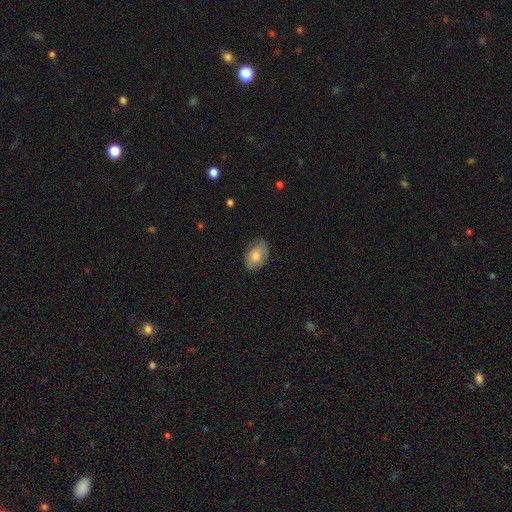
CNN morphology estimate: A smooth galaxy with no disk features (69%) that is in between round and cigar-shaped (86%). Merging: none (79%).